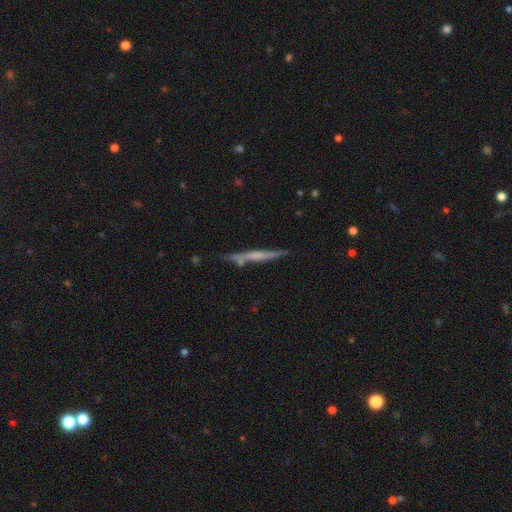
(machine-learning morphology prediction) Smooth or featured: featured or disk — 55% (smooth — 39%)
Edge-on disk: yes — 94% (no — 6%)
Edge-on bulge: none — 61% (rounded — 26%)
Merging: none — 77% (minor disturbance — 15%)